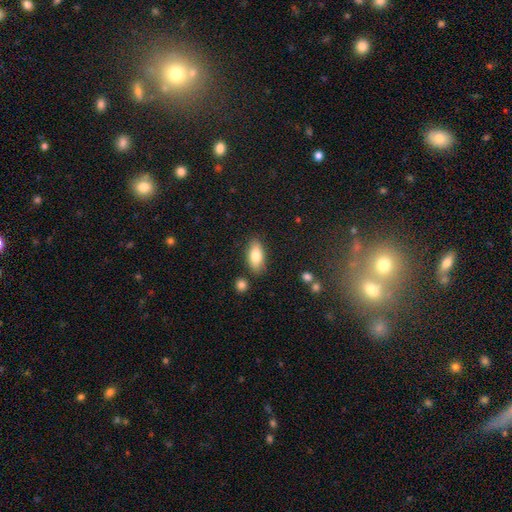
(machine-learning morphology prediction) smooth 80%, featured or disk 13%, star or artifact 7%. Down the decision tree: how rounded — in between (86%); merging — none (82%).